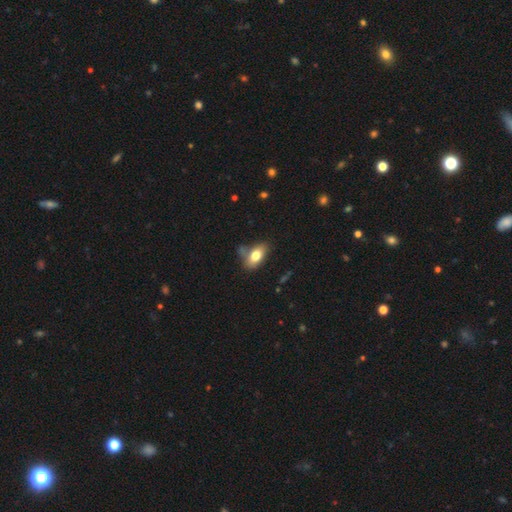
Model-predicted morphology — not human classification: Smooth or featured? Predicted: smooth (p=0.75). How rounded? Predicted: in between (p=0.88). Merging? Predicted: none (p=0.56).